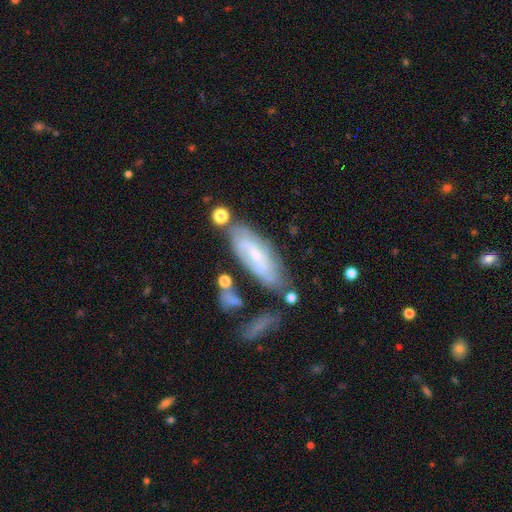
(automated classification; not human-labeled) featured or disk 60%, smooth 33%, star or artifact 7%. Down the decision tree: edge-on disk — no (82%); merging — none (63%).